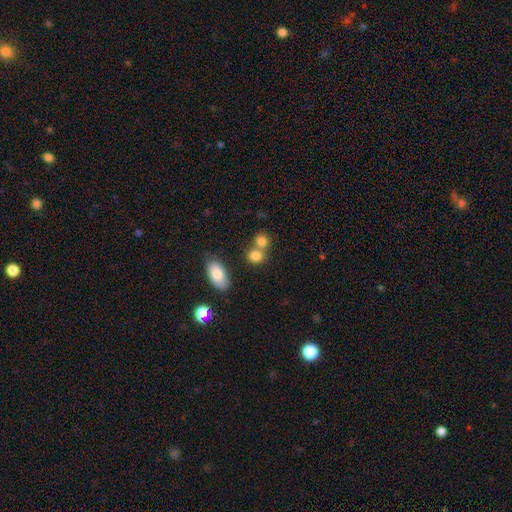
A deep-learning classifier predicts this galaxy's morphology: A smooth galaxy with no disk features (81%) that is round (67%). Merging: none (47%).